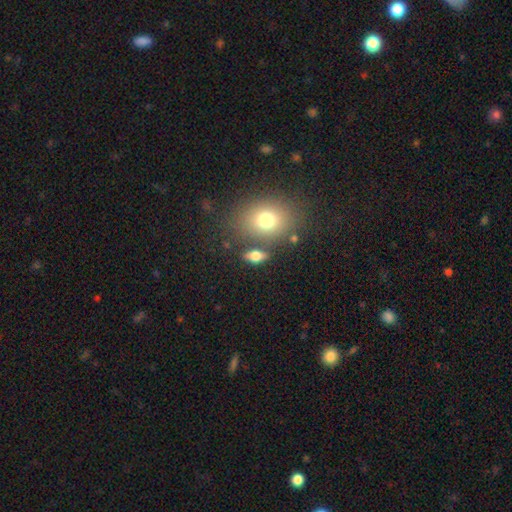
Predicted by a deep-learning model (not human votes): smooth-or-featured: smooth: 65% | featured or disk: 24% | star or artifact: 11%
  how-rounded: in between: 72% | round: 16% | cigar-shaped: 12%
  merging: none: 72% | minor disturbance: 13% | merger: 10% | major disturbance: 5%